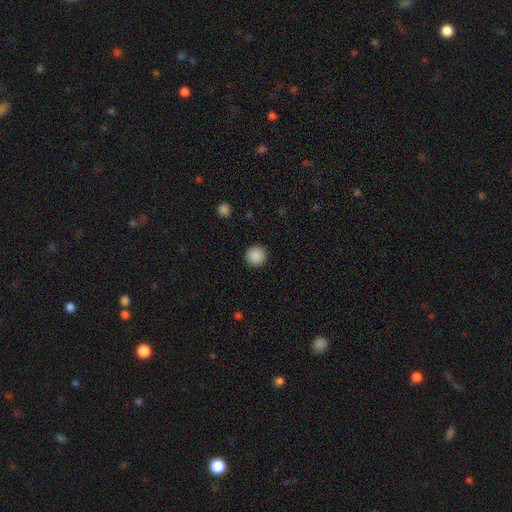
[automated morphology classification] Q: Smooth or featured?
A: smooth (89%); runner-up: star or artifact (9%)
Q: How rounded?
A: round (95%); runner-up: in between (4%)
Q: Merging?
A: none (92%); runner-up: minor disturbance (5%)